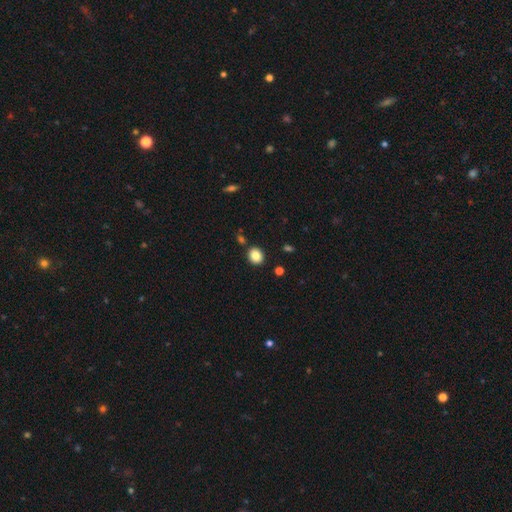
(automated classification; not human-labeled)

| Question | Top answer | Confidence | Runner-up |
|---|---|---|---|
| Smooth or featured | smooth | 84% | star or artifact (10%) |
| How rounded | round | 64% | in between (35%) |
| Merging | none | 86% | minor disturbance (8%) |